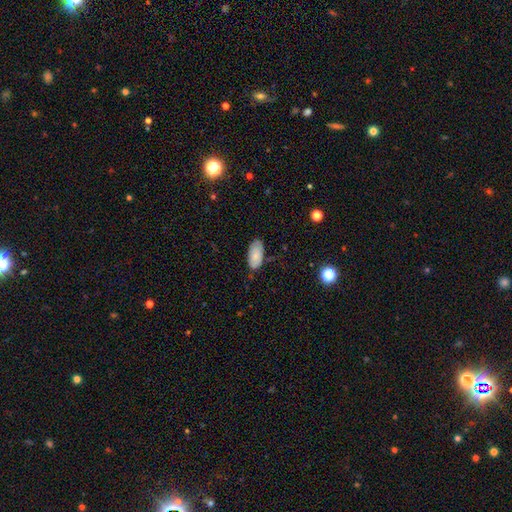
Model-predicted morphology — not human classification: type=smooth (84%); roundness=in between (94%); merging=none (75%).